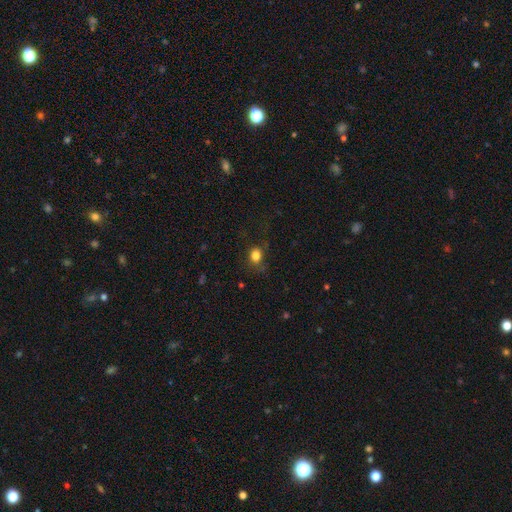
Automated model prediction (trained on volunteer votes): smooth_or_featured: smooth (p=0.80) [alt: star or artifact p=0.12]
how_rounded: round (p=0.65) [alt: in between p=0.34]
merging: none (p=0.63) [alt: minor disturbance p=0.21]